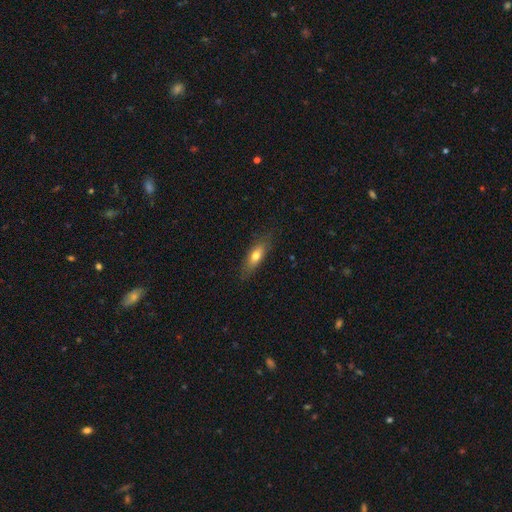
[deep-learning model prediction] This is likely a smooth galaxy (70%). How rounded: possibly in between (60%). Merging: clearly none (80%).